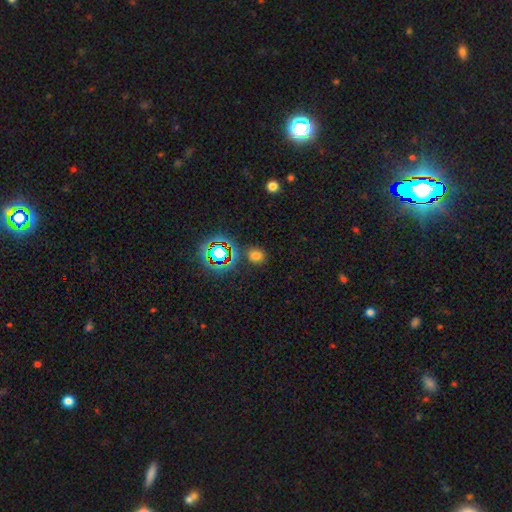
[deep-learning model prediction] smooth 64%, star or artifact 29%, featured or disk 7%. Down the decision tree: how rounded — round (65%); merging — none (81%).